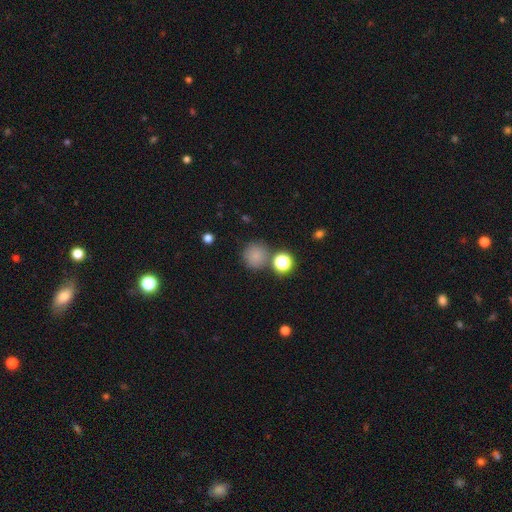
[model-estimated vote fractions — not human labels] smooth-or-featured: smooth: 78% | star or artifact: 16% | featured or disk: 6%
  how-rounded: round: 93% | in between: 6% | cigar-shaped: 1%
  merging: none: 75% | merger: 10% | minor disturbance: 10% | major disturbance: 4%